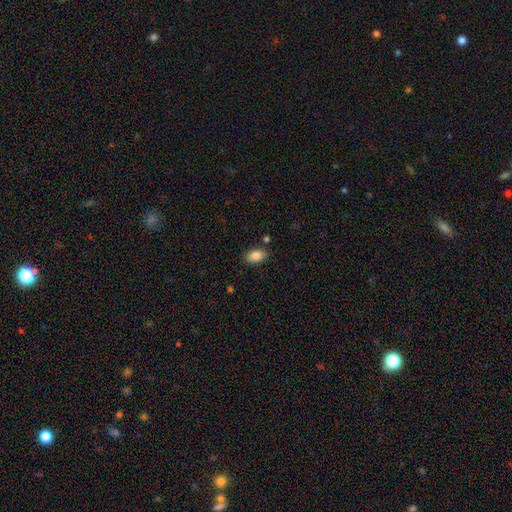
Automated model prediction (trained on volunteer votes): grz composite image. It shows a smooth galaxy with no disk features (87%) that is in between round and cigar-shaped (91%). Merging: none (83%).